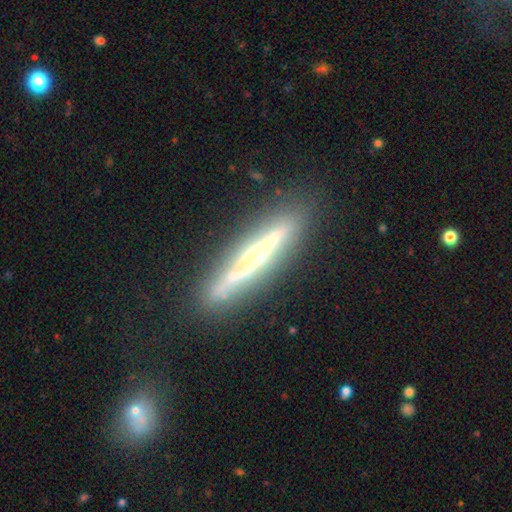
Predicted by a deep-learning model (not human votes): featured or disk 78%, smooth 16%, star or artifact 7%. Down the decision tree: edge-on disk — yes (94%); edge-on bulge — rounded (57%); merging — none (86%).